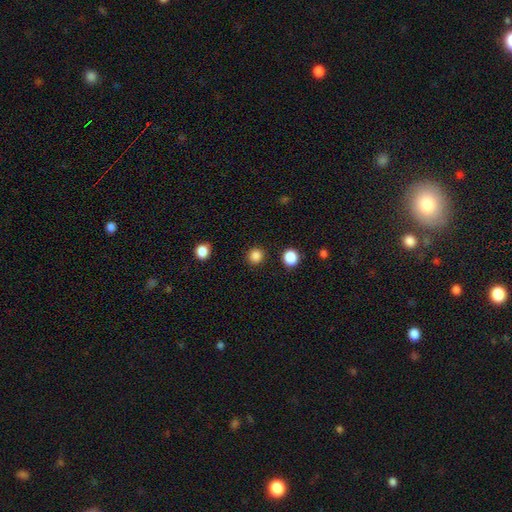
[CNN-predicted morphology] A smooth galaxy with no disk features (85%) that is round (92%). Merging: none (90%).